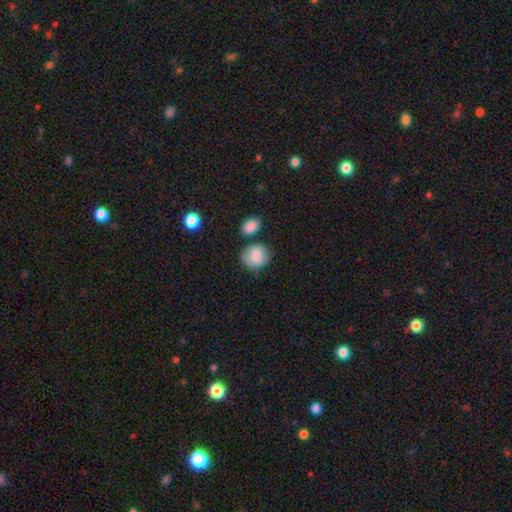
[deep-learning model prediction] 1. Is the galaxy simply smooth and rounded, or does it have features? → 85% smooth, 8% featured or disk, 7% star or artifact.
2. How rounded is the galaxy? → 70% round, 29% in between, 1% cigar-shaped.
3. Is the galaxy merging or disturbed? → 66% none, 19% minor disturbance, 11% merger, 5% major disturbance.